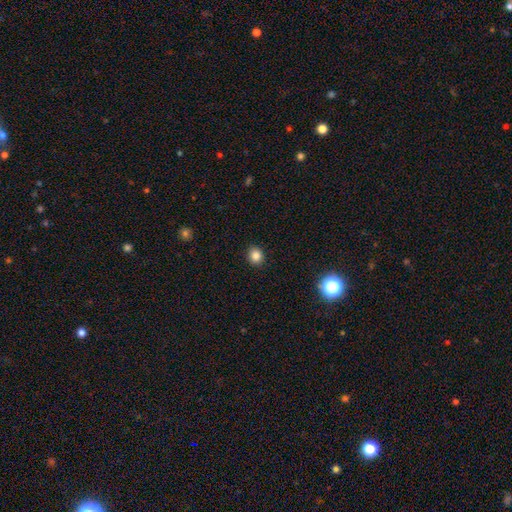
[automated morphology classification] Overall: smooth (84%). How rounded: round (81%). Merging: none (91%).